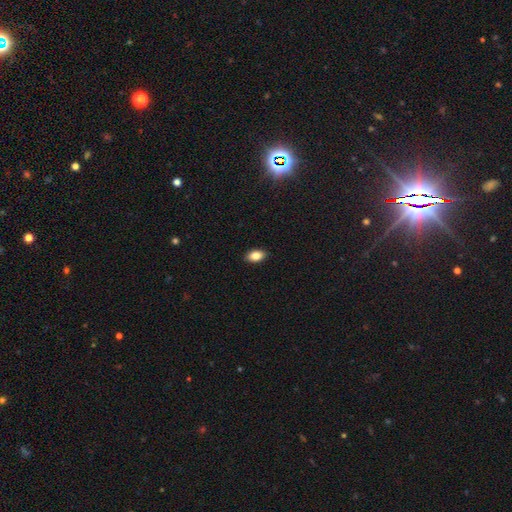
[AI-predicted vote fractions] smooth 84%, star or artifact 8%, featured or disk 8%. Down the decision tree: how rounded — in between (90%); merging — none (90%).